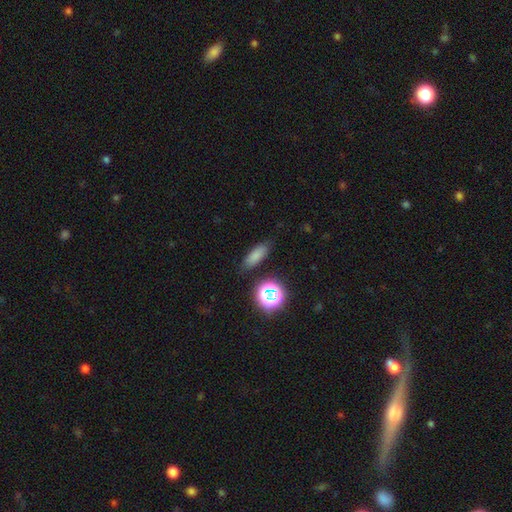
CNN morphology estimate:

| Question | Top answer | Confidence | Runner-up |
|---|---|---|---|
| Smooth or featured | smooth | 75% | star or artifact (16%) |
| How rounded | in between | 65% | cigar-shaped (28%) |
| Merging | none | 83% | minor disturbance (11%) |